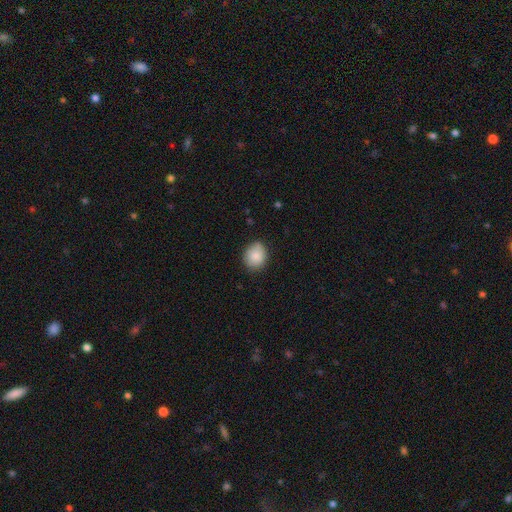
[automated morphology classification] Smooth or featured?
  - smooth: 85% *
  - star or artifact: 8%
  - featured or disk: 7%
How rounded?
  - round: 66% *
  - in between: 33%
  - cigar-shaped: 1%
Merging?
  - none: 78% *
  - minor disturbance: 18%
  - major disturbance: 3%
  - merger: 1%